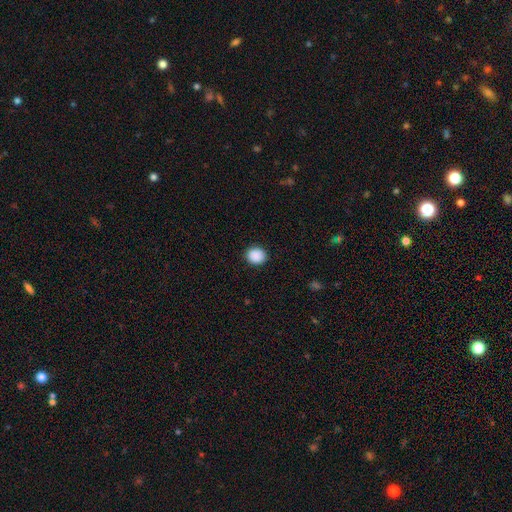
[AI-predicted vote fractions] smooth_or_featured: smooth (p=0.90) [alt: star or artifact p=0.08]
how_rounded: round (p=0.80) [alt: in between p=0.19]
merging: none (p=0.90) [alt: minor disturbance p=0.07]